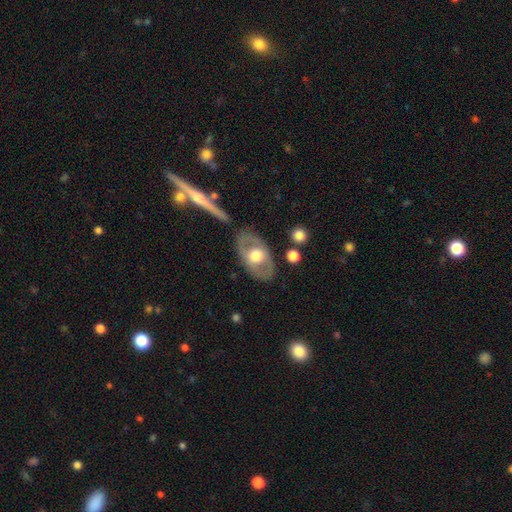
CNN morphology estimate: Overall: featured or disk (56%; smooth 39%). Edge-on disk: no (84%). Merging: none (79%).